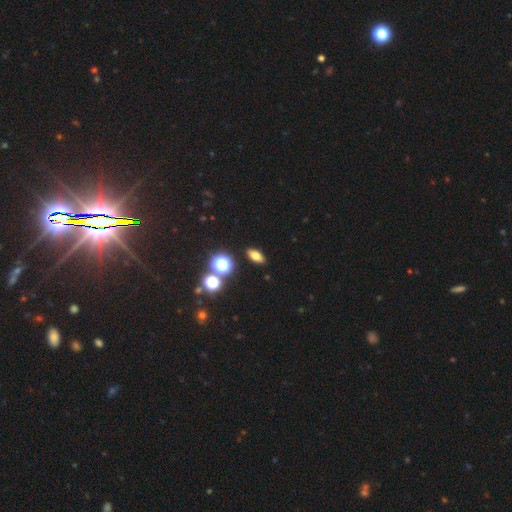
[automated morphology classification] smooth_or_featured: smooth (p=0.65) [alt: star or artifact p=0.19]
how_rounded: in between (p=0.72) [alt: cigar-shaped p=0.15]
merging: none (p=0.89) [alt: minor disturbance p=0.07]